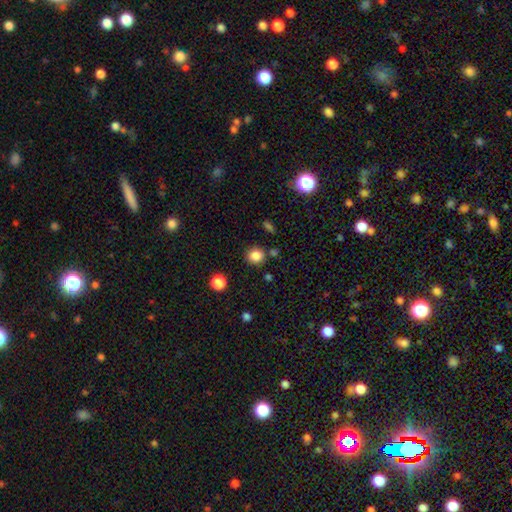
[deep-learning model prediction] Morphology: type=smooth (85%); roundness=round (86%); merging=none (82%).